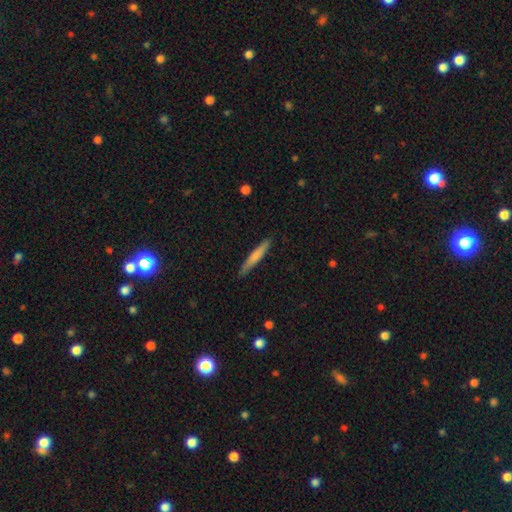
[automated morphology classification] Smooth or featured? Predicted: smooth (p=0.64). How rounded? Predicted: cigar-shaped (p=0.94). Merging? Predicted: none (p=0.88).